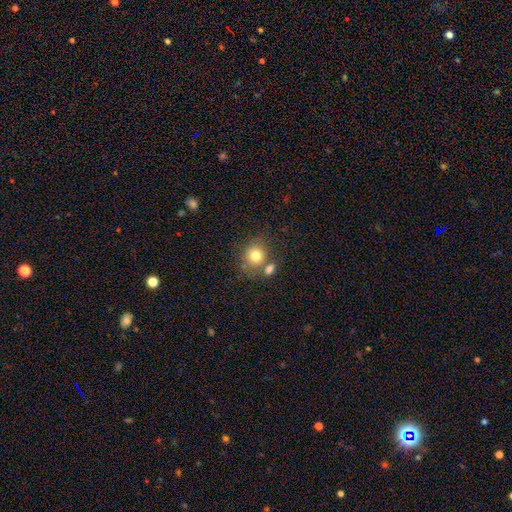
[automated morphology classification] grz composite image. It shows a smooth galaxy with no disk features (78%) that is round (84%). Merging: none (62%).